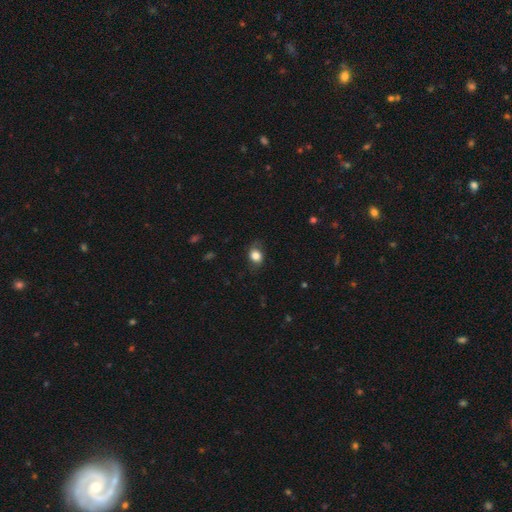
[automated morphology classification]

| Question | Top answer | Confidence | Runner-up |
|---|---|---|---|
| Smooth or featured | smooth | 78% | featured or disk (13%) |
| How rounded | in between | 57% | round (42%) |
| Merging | none | 69% | minor disturbance (22%) |